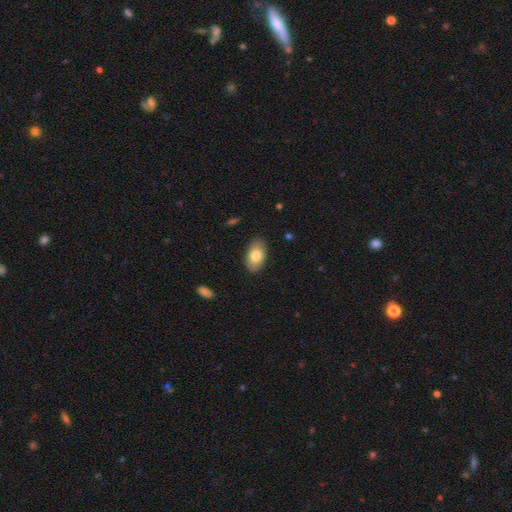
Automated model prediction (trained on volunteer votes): Morphology: type=smooth (79%); roundness=in between (94%); merging=none (87%).